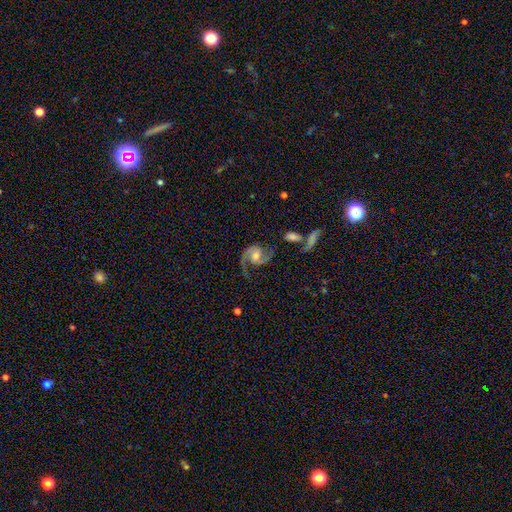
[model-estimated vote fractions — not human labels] Smooth or featured? featured or disk (91%)
Edge-on disk? no (98%)
Bar? no (56%)
Spiral arms? yes (98%)
Spiral winding? medium (56%)
Spiral arm count? 2 (92%)
Bulge size? moderate (68%)
Merging? none (71%)